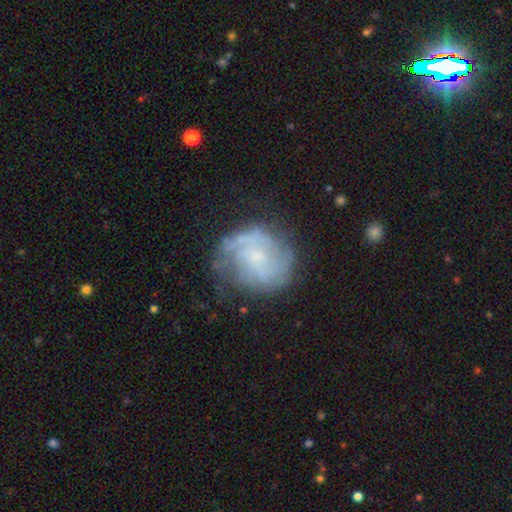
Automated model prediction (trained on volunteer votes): A featured or disk galaxy (74%) with no bar (58%), 2 (38%) tight (47%) spiral arms (88%) and a small central bulge (56%).

Vote fractions:
- Smooth or featured? featured or disk: 74% / smooth: 18% / star or artifact: 7%
- Edge-on disk? no: 98% / yes: 2%
- Bar? no: 58% / weak: 36% / strong: 6%
- Spiral arms? yes: 88% / no: 12%
- Spiral winding? tight: 47% / medium: 39% / loose: 14%
- Spiral arm count? 2: 38% / can't tell: 34% / 3: 14% / 1: 5% / 4: 5% / more than 4: 4%
- Bulge size? small: 56% / moderate: 22% / none: 18% / large: 3% / dominant: 1%
- Merging? none: 64% / minor disturbance: 22% / major disturbance: 13% / merger: 2%